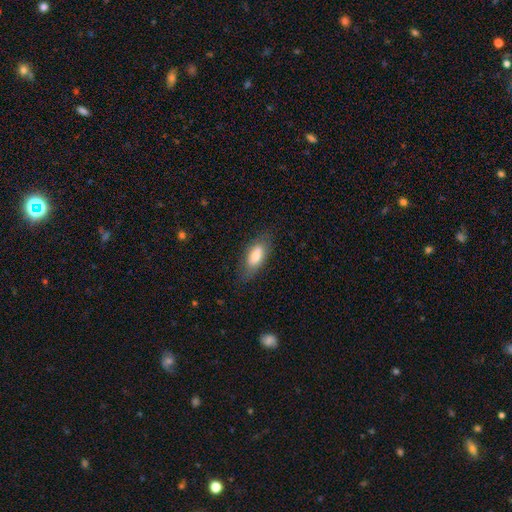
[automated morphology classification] This is likely a smooth galaxy (77%). How rounded: likely in between (78%). Merging: likely none (75%).